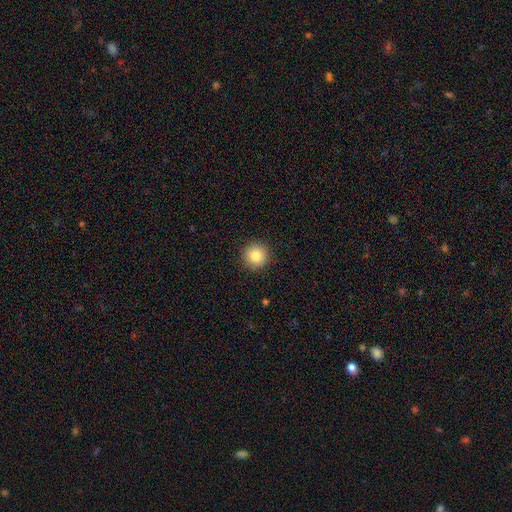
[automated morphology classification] Smooth or featured? smooth (84%)
How rounded? round (95%)
Merging? none (92%)